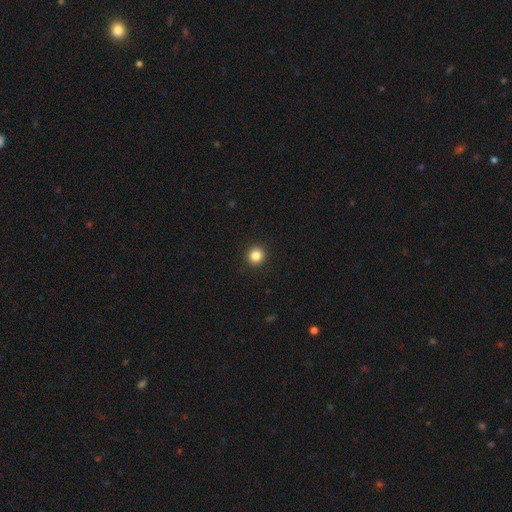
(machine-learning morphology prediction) A smooth galaxy with no disk features (84%) that is round (94%). Merging: none (93%).